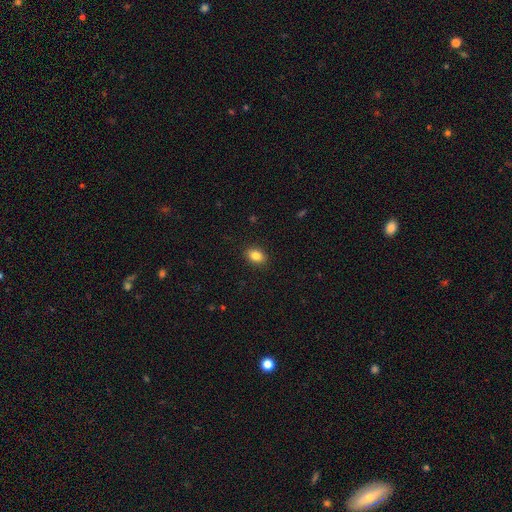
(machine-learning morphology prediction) A smooth galaxy with no disk features (85%) that is in between round and cigar-shaped (76%). Merging: none (90%).